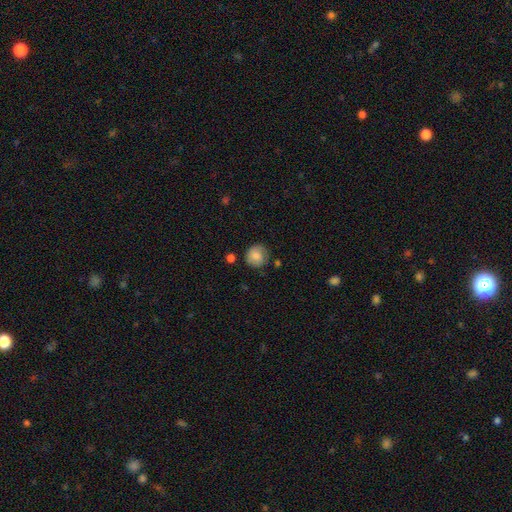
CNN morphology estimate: type=smooth (80%); roundness=round (87%); merging=none (74%).